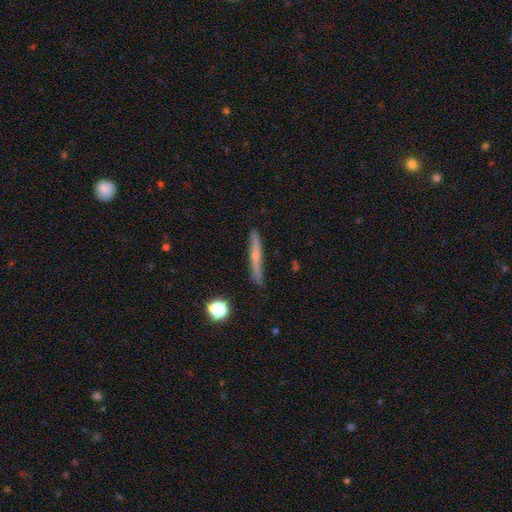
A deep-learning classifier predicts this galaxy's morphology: Smooth or featured? featured or disk (56%)
Edge-on disk? yes (94%)
Edge-on bulge? rounded (65%)
Merging? none (86%)